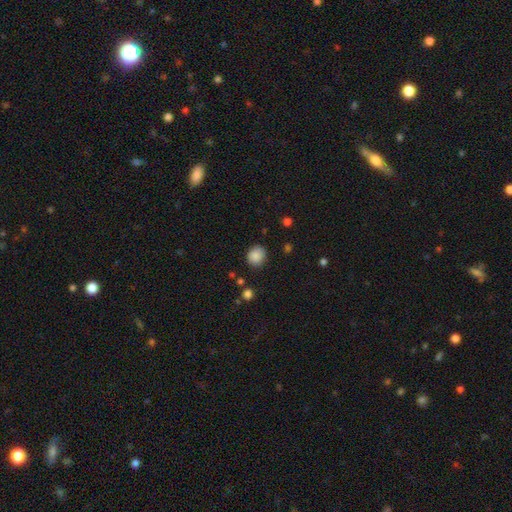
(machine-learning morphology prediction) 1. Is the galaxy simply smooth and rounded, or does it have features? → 87% smooth, 9% star or artifact, 4% featured or disk.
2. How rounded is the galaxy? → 78% round, 21% in between, 1% cigar-shaped.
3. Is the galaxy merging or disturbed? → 82% none, 13% minor disturbance, 3% major disturbance, 2% merger.